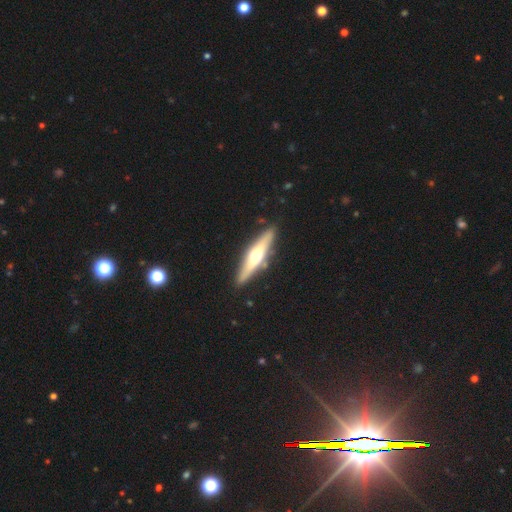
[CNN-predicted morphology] featured or disk 63%, smooth 32%, star or artifact 5%. Down the decision tree: edge-on disk — yes (93%); edge-on bulge — rounded (91%); merging — none (87%).